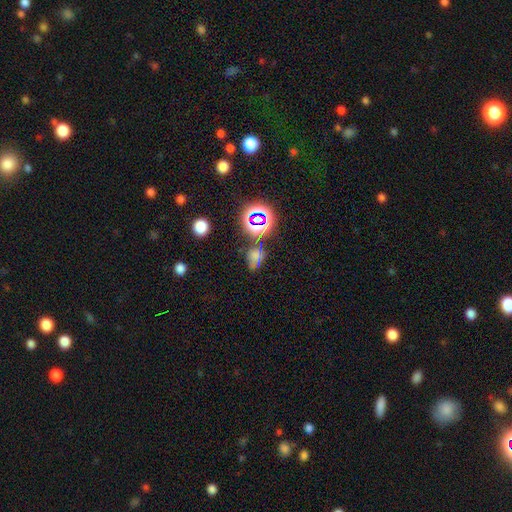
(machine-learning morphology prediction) smooth-or-featured: smooth: 48% | star or artifact: 40% | featured or disk: 12%
  merging: none: 51% | minor disturbance: 23% | major disturbance: 14% | merger: 12%